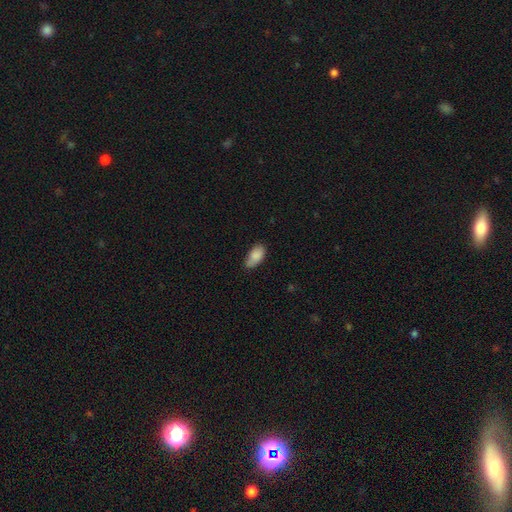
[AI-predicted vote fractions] This appears to be a smooth galaxy with no disk features (86%) that is in between round and cigar-shaped (92%). Merging: none (62%).